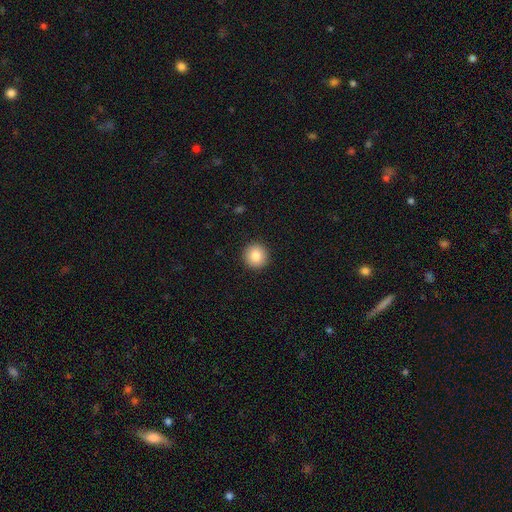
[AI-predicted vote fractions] Morphology: type=smooth (85%); roundness=round (95%); merging=none (93%).